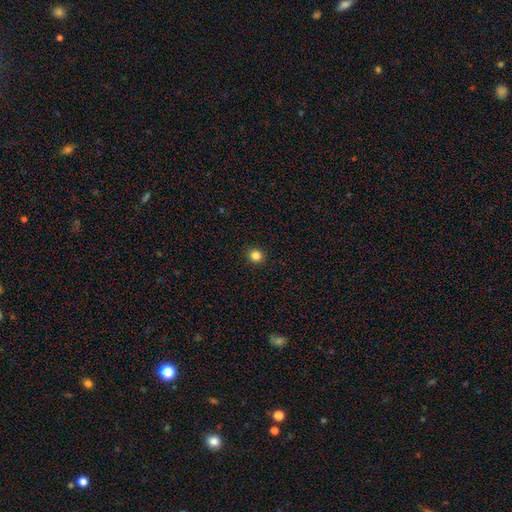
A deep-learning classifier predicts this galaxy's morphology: Q: Smooth or featured?
A: smooth (83%); runner-up: star or artifact (13%)
Q: How rounded?
A: round (90%); runner-up: in between (9%)
Q: Merging?
A: none (93%); runner-up: minor disturbance (5%)